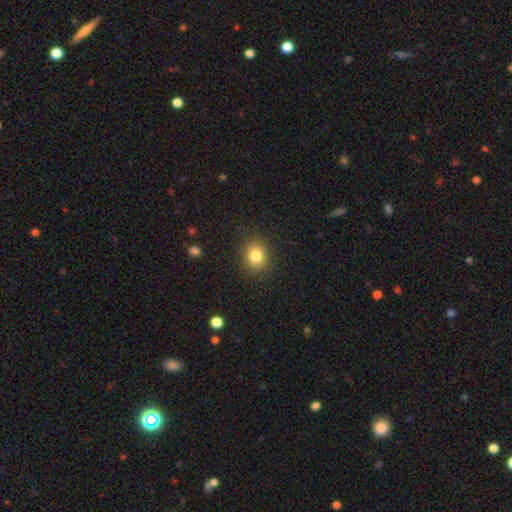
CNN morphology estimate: This appears to be a smooth galaxy with no disk features (82%) that is round (70%). Merging: none (87%).